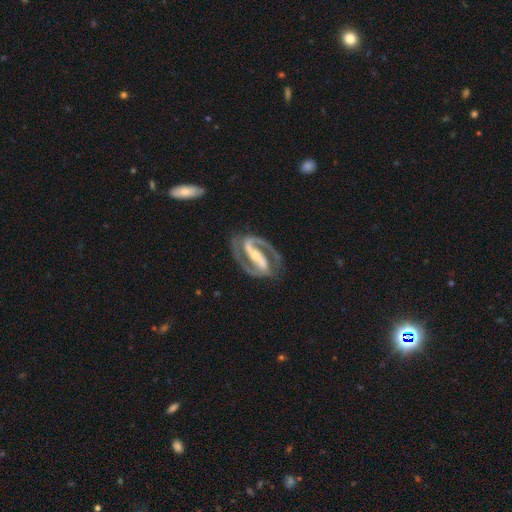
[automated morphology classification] This appears to be a featured or disk galaxy (93%) with a strong bar (79%), 2 (94%) medium (52%) spiral arms (98%) and a small central bulge (50%). Merging: none (83%).